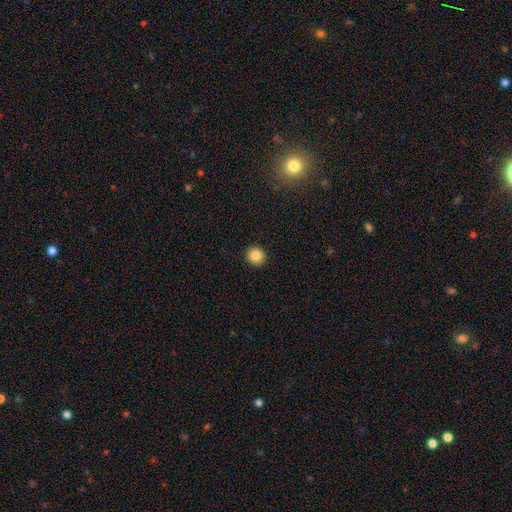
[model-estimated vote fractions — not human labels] Q: Smooth or featured?
A: smooth (85%); runner-up: star or artifact (10%)
Q: How rounded?
A: round (88%); runner-up: in between (11%)
Q: Merging?
A: none (92%); runner-up: minor disturbance (5%)